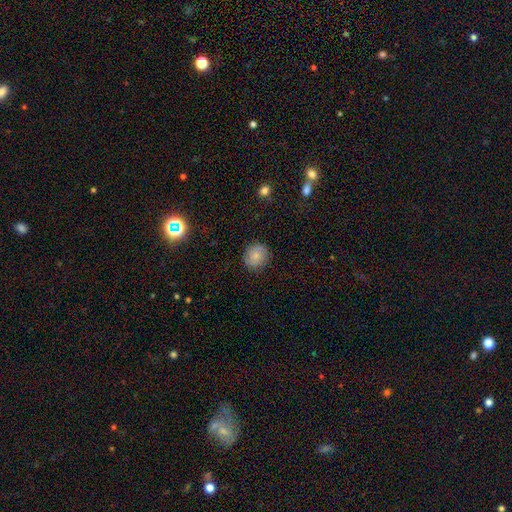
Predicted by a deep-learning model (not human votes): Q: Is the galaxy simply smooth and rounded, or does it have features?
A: smooth — 73%.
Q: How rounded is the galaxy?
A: round — 88%.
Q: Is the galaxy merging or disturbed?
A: none — 87%.